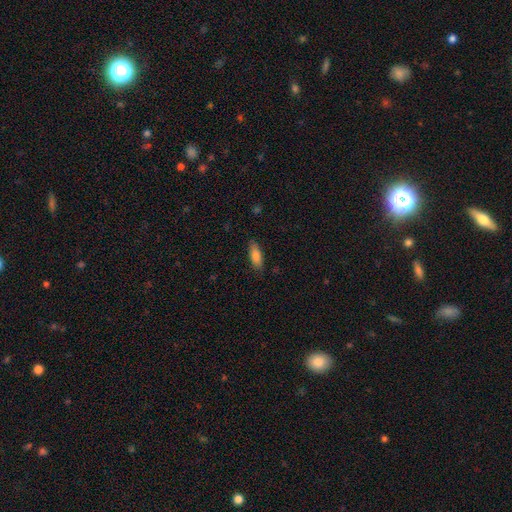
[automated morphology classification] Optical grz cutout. It shows a smooth galaxy with no disk features (82%) that is in between round and cigar-shaped (70%). Merging: none (85%).